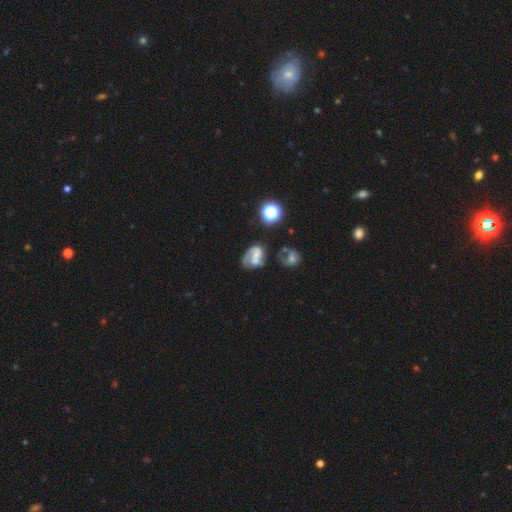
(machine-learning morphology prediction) smooth-or-featured: featured or disk: 62% | smooth: 25% | star or artifact: 12%
  disk-edge-on: no: 97% | yes: 3%
    bar: weak: 41% | no: 38% | strong: 21%
    has-spiral-arms: yes: 78% | no: 22%
    bulge-size: none: 35% | small: 33% | moderate: 23% | large: 6% | dominant: 2%
  merging: none: 43% | minor disturbance: 21% | major disturbance: 19% | merger: 17%